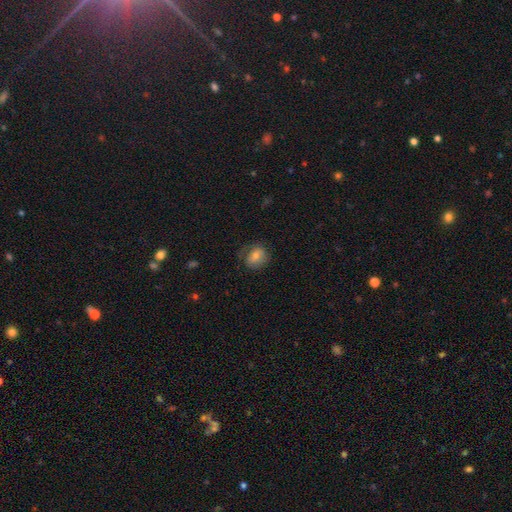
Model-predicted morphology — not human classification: smooth 69%, featured or disk 23%, star or artifact 9%. Down the decision tree: how rounded — round (61%); merging — none (66%).